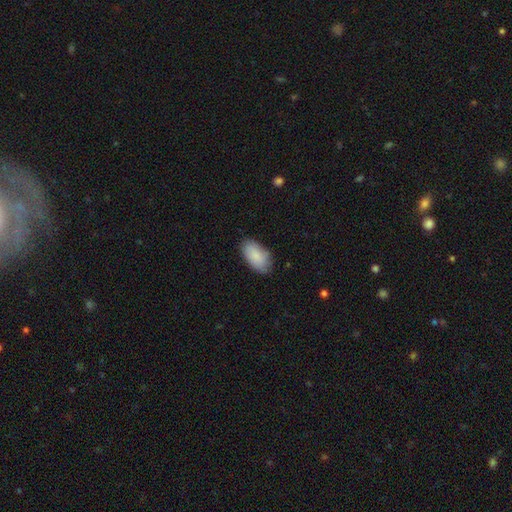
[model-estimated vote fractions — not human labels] Morphology: type=smooth (87%); roundness=in between (95%); merging=none (80%).